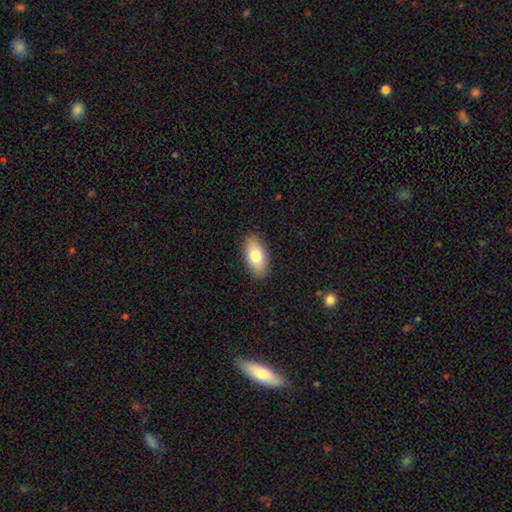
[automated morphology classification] Smooth or featured: smooth — 77% (featured or disk — 16%)
How rounded: in between — 92% (cigar-shaped — 4%)
Merging: none — 89% (minor disturbance — 8%)